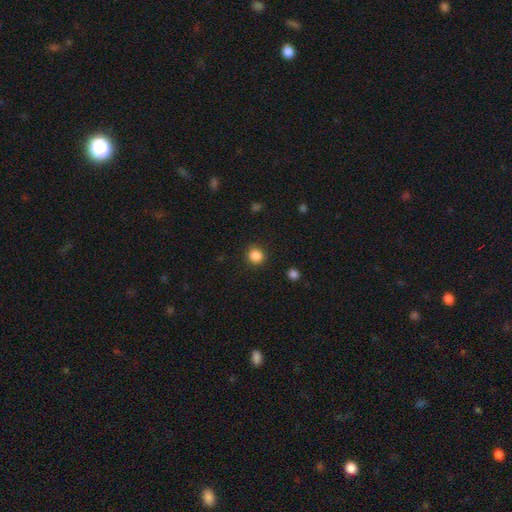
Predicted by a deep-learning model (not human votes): This appears to be a smooth galaxy with no disk features (86%) that is round (90%). Merging: none (91%).